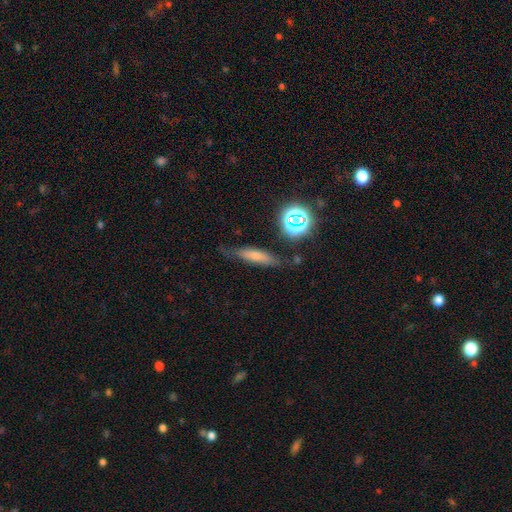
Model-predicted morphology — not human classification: This appears to be a smooth galaxy with no disk features (63%) that is cigar-shaped (71%). Merging: none (69%).